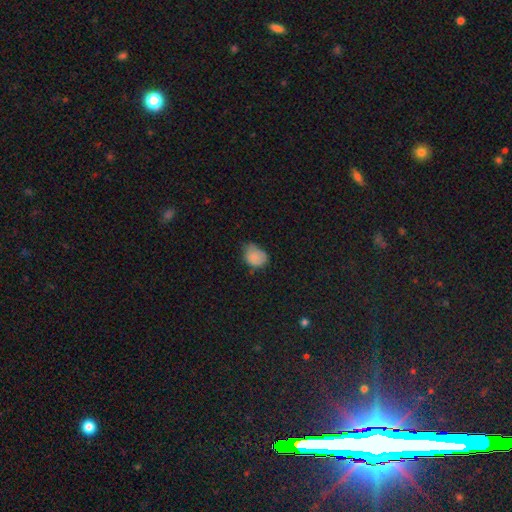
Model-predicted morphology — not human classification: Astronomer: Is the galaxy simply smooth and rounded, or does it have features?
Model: smooth — 80%.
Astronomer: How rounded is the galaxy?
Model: in between — 58% (runner-up: round, 41%).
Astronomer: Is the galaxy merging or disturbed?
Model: minor disturbance — 44% (runner-up: none, 43%).